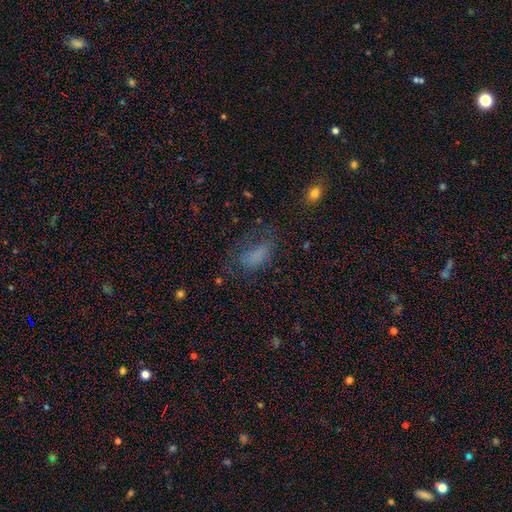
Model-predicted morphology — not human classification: Q: Smooth or featured?
A: smooth (67%); runner-up: star or artifact (17%)
Q: How rounded?
A: in between (85%); runner-up: round (8%)
Q: Merging?
A: none (43%); runner-up: major disturbance (30%)